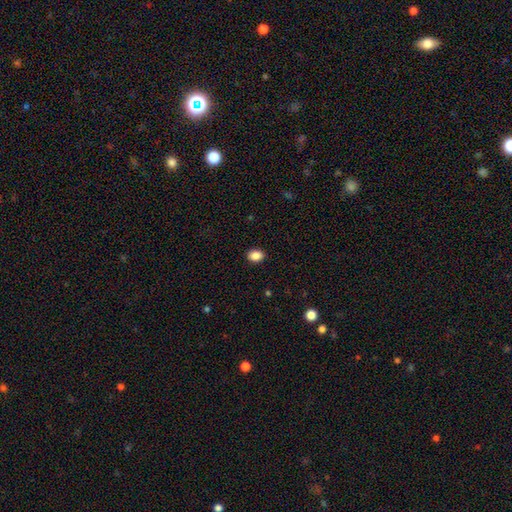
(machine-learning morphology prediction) This is clearly a smooth galaxy (88%). How rounded: likely in between (67%). Merging: clearly none (90%).